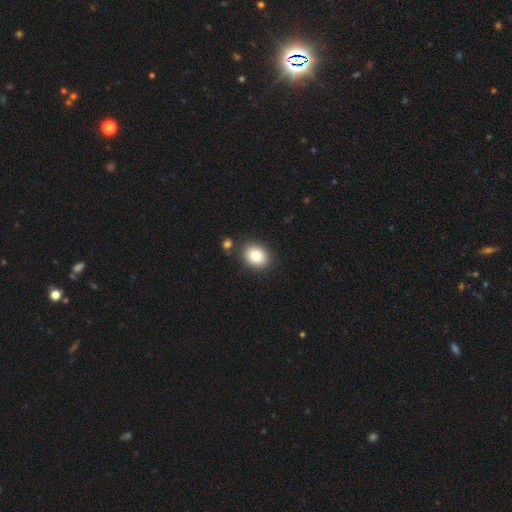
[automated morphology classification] Q: Smooth or featured?
A: smooth (84%); runner-up: star or artifact (9%)
Q: How rounded?
A: round (51%); runner-up: in between (48%)
Q: Merging?
A: none (84%); runner-up: minor disturbance (8%)